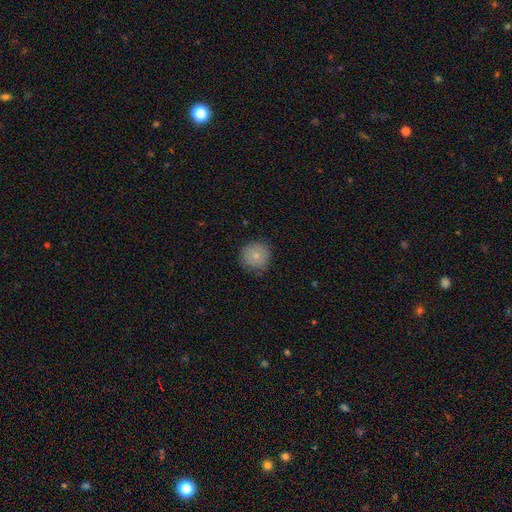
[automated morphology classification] smooth-or-featured: smooth: 79% | featured or disk: 13% | star or artifact: 8%
  how-rounded: round: 94% | in between: 5% | cigar-shaped: 1%
  merging: none: 81% | minor disturbance: 15% | major disturbance: 3% | merger: 1%